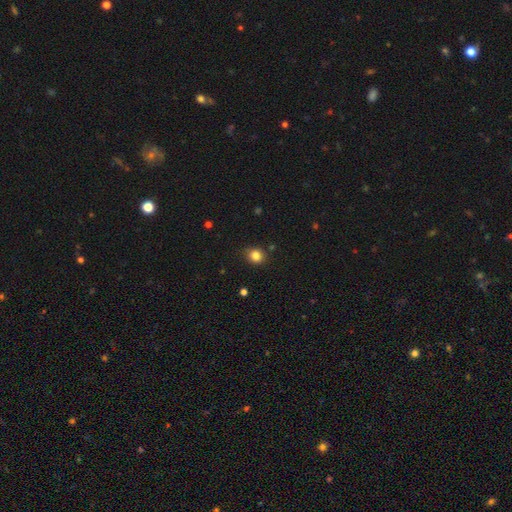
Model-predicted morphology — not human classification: Smooth or featured? Predicted: smooth (p=0.84). How rounded? Predicted: round (p=0.71). Merging? Predicted: none (p=0.85).